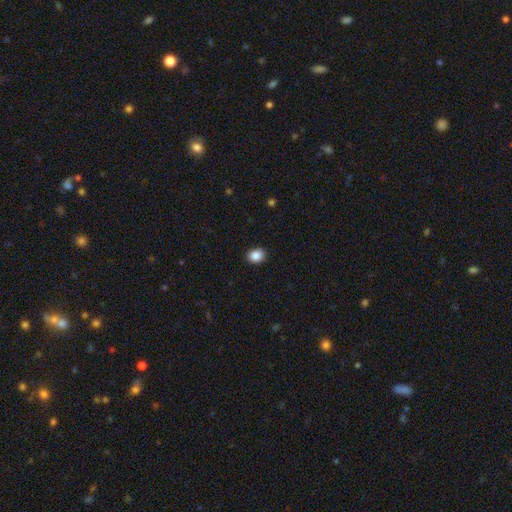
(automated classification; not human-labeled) This appears to be a smooth galaxy with no disk features (86%) that is round (51%). Merging: none (89%).